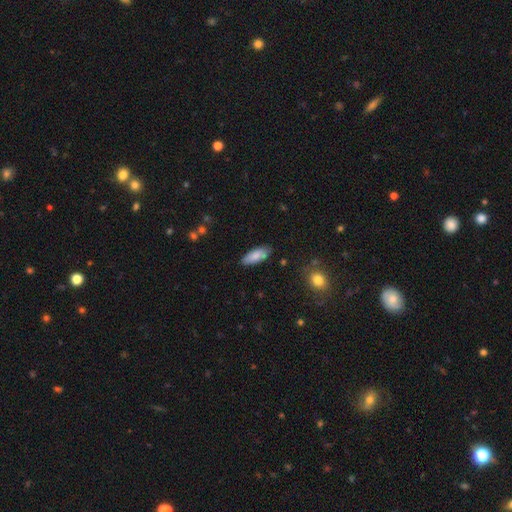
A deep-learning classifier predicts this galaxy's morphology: smooth 83%, featured or disk 11%, star or artifact 6%. Down the decision tree: how rounded — in between (74%); merging — none (81%).